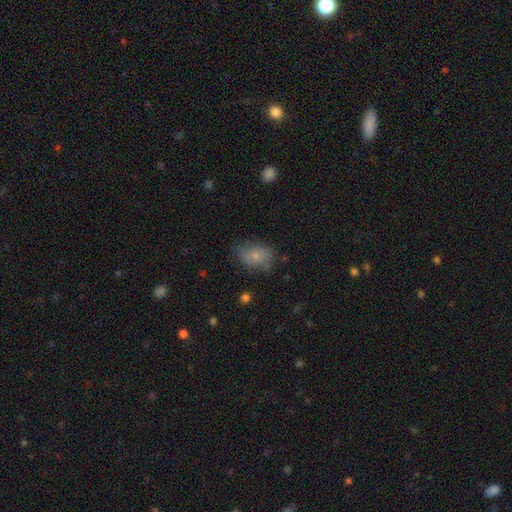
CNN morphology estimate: Overall: smooth (64%; featured or disk 28%). How rounded: in between (79%). Merging: none (66%).